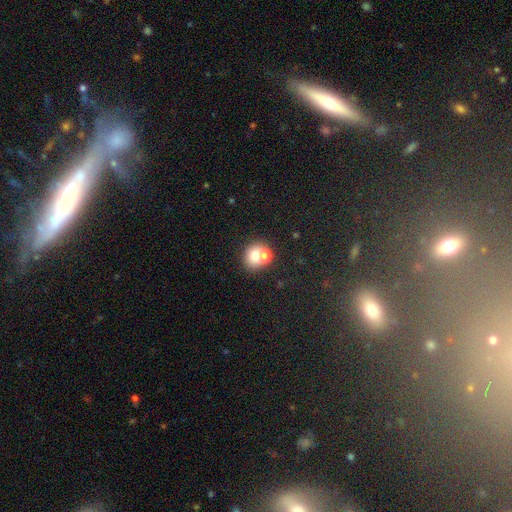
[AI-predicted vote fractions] This is likely a smooth galaxy (69%). How rounded: likely round (73%). Merging: possibly merger (49%).